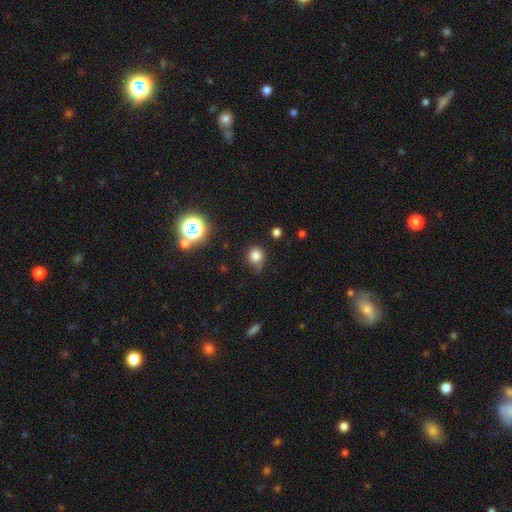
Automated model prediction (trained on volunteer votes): Overall: smooth (79%). How rounded: round (85%). Merging: none (65%).